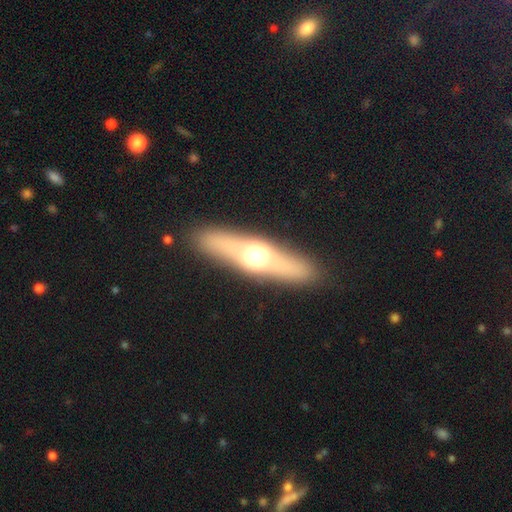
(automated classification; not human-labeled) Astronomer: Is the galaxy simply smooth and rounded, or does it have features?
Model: featured or disk — 47% (runner-up: smooth, 45%).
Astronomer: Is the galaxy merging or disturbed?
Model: none — 89%.